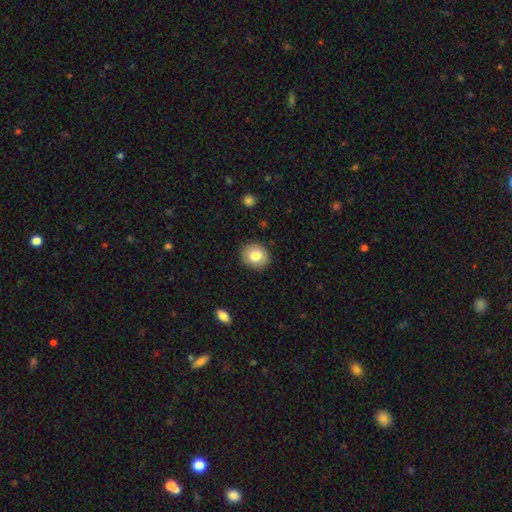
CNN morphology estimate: This is clearly a smooth galaxy (81%). How rounded: likely round (74%). Merging: clearly none (89%).